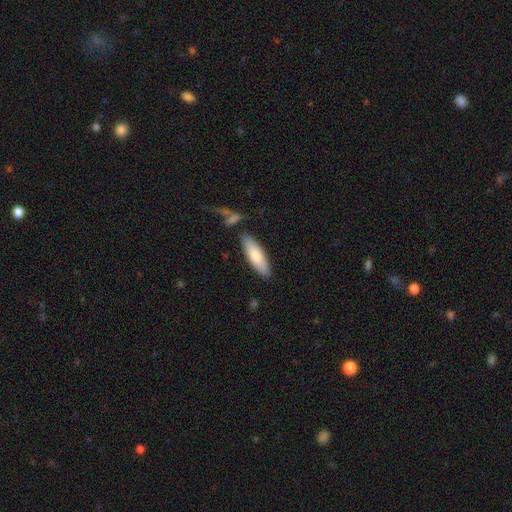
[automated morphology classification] Smooth or featured? Predicted: smooth (p=0.78). How rounded? Predicted: in between (p=0.51). Merging? Predicted: none (p=0.84).